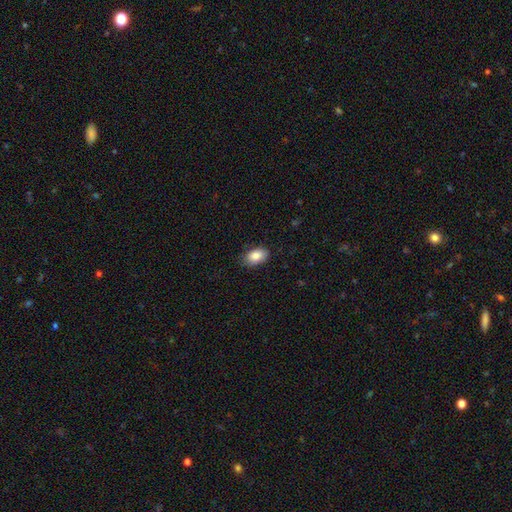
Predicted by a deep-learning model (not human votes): Smooth or featured?
  - smooth: 87% *
  - star or artifact: 7%
  - featured or disk: 6%
How rounded?
  - in between: 91% *
  - round: 8%
  - cigar-shaped: 1%
Merging?
  - none: 85% *
  - minor disturbance: 12%
  - major disturbance: 2%
  - merger: 1%